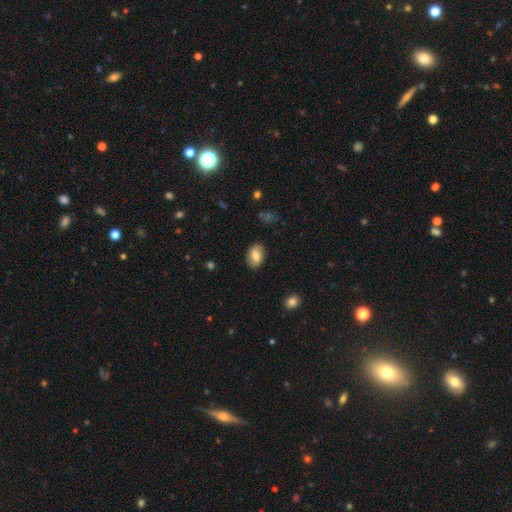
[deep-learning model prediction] Morphology: type=smooth (79%); roundness=in between (86%); merging=none (84%).